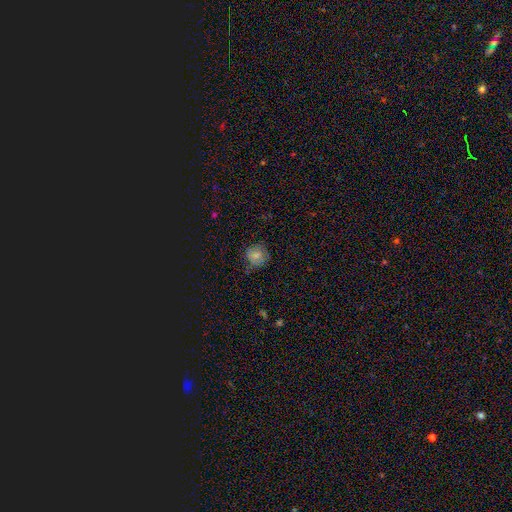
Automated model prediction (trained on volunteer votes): Smooth or featured? Predicted: smooth (p=0.75). How rounded? Predicted: round (p=0.85). Merging? Predicted: none (p=0.69).